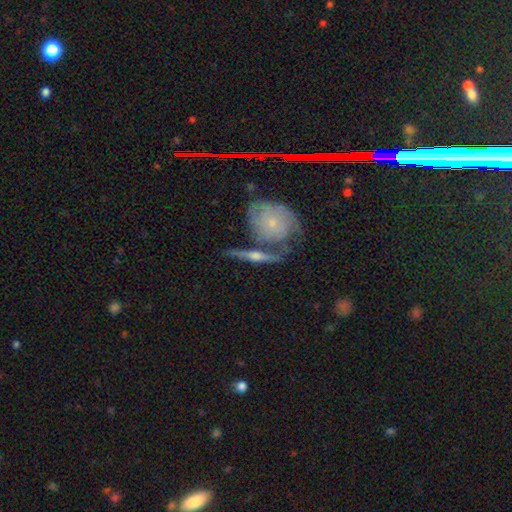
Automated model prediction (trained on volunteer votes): This appears to be a featured or disk galaxy (72%) viewed edge-on (83%) with a rounded central bulge (87%). Merging: none (63%).